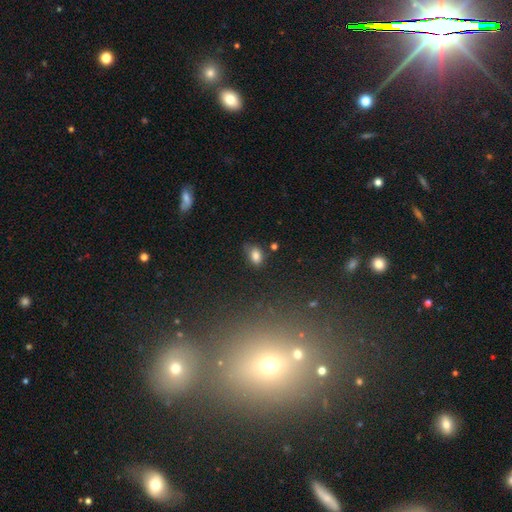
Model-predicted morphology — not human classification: type=smooth (81%); roundness=in between (83%); merging=none (65%).